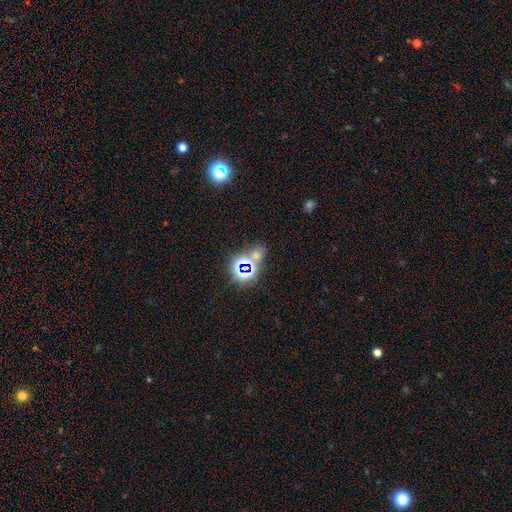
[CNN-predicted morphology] Smooth or featured? star or artifact (65%)